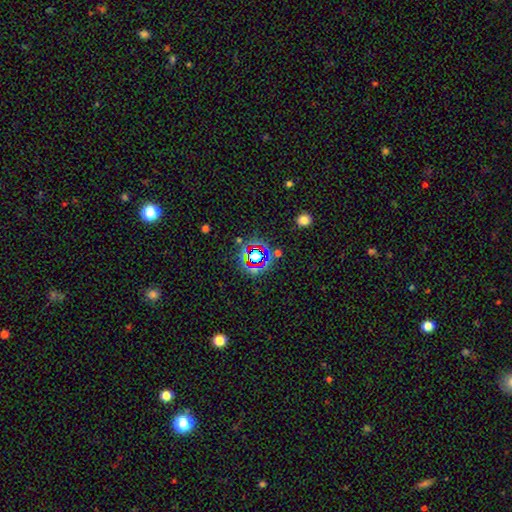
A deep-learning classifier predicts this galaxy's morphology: Smooth or featured? star or artifact (66%)